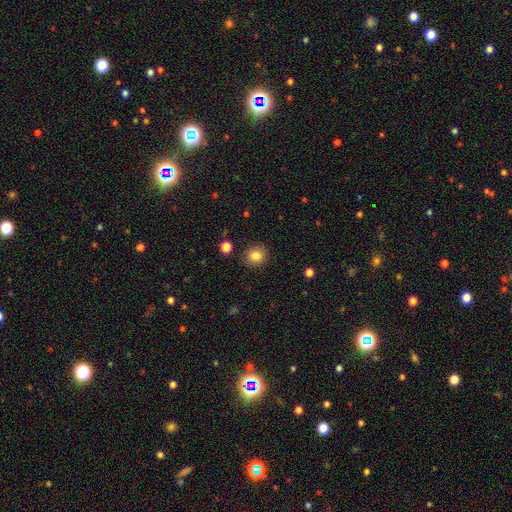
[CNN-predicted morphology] Q: Smooth or featured?
A: smooth (84%); runner-up: star or artifact (10%)
Q: How rounded?
A: round (84%); runner-up: in between (15%)
Q: Merging?
A: none (88%); runner-up: minor disturbance (8%)